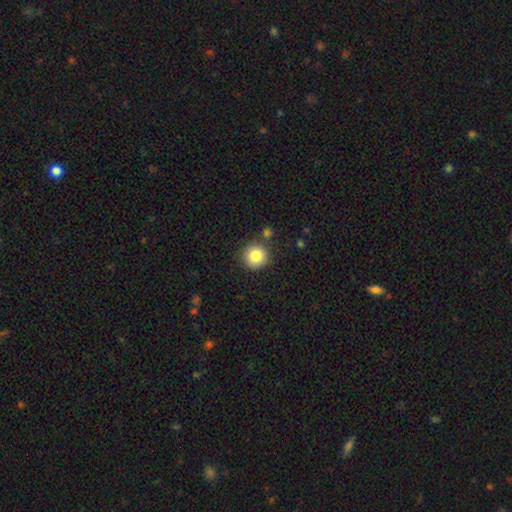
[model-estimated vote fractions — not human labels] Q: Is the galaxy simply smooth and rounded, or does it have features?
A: smooth — 84%.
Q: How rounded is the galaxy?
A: round — 94%.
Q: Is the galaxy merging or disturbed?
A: none — 83%.